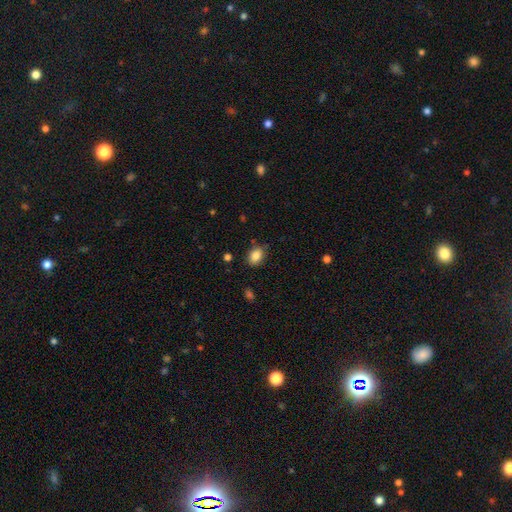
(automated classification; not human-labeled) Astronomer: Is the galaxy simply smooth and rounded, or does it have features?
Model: smooth — 85%.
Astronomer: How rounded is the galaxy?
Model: in between — 68%.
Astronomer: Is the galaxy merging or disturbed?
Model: none — 81%.